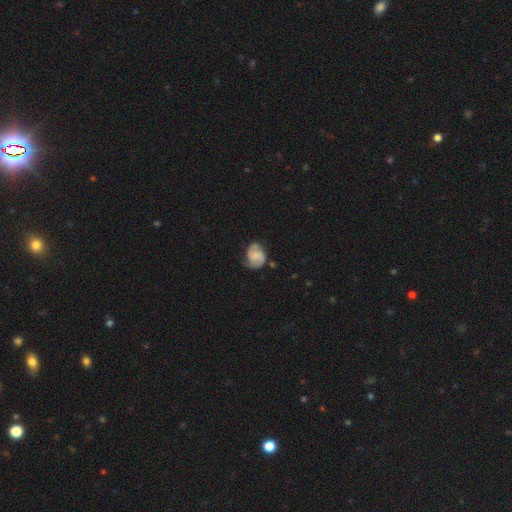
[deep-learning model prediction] smooth_or_featured: featured or disk (p=0.58) [alt: smooth p=0.34]
disk_edge_on: no (p=0.98) [alt: yes p=0.02]
bar: no (p=0.60) [alt: weak p=0.33]
has_spiral_arms: yes (p=0.90) [alt: no p=0.10]
spiral_winding: medium (p=0.44) [alt: tight p=0.36]
spiral_arm_count: 2 (p=0.72) [alt: can't tell p=0.12]
bulge_size: none (p=0.47) [alt: small p=0.27]
merging: none (p=0.59) [alt: minor disturbance p=0.27]